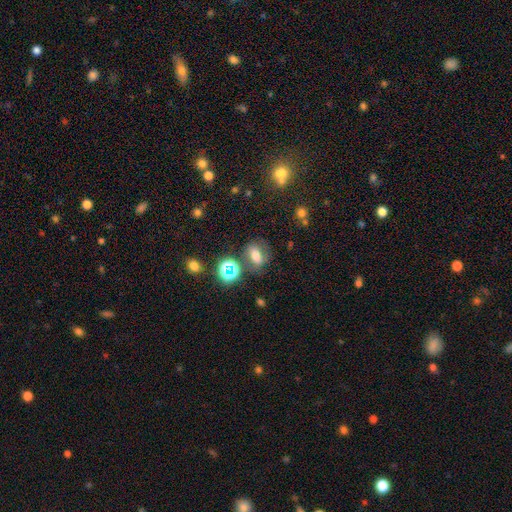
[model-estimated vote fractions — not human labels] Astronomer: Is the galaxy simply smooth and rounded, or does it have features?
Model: smooth — 57%.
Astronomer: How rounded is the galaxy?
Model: in between — 67%.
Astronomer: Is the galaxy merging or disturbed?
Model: none — 66%.